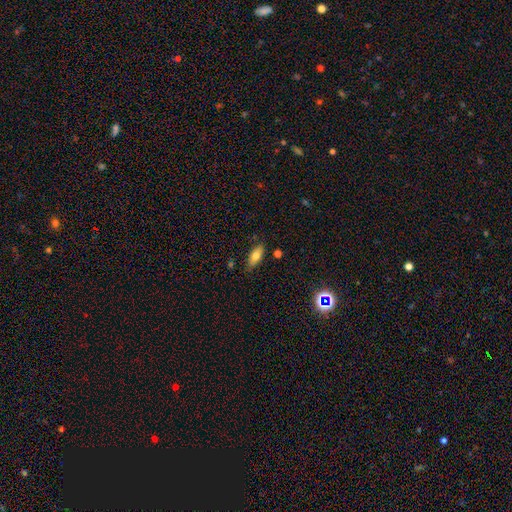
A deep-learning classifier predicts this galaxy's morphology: This is likely a smooth galaxy (74%). How rounded: likely in between (75%). Merging: clearly none (82%).